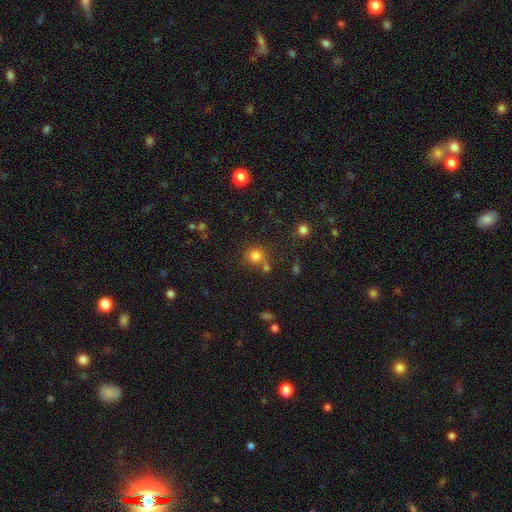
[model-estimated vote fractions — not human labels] Smooth or featured: smooth — 79% (star or artifact — 14%)
How rounded: round — 90% (in between — 9%)
Merging: none — 68% (merger — 18%)